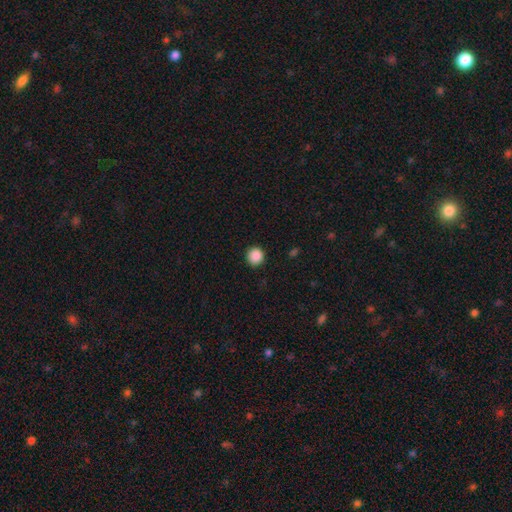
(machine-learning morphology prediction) smooth_or_featured: smooth (p=0.88) [alt: star or artifact p=0.09]
how_rounded: round (p=0.93) [alt: in between p=0.06]
merging: none (p=0.91) [alt: minor disturbance p=0.06]